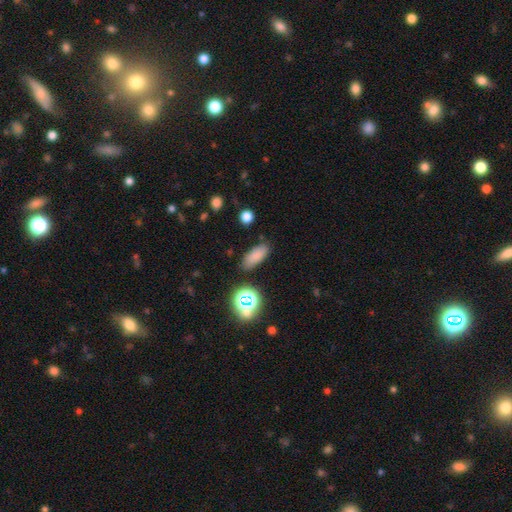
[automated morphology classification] smooth 78%, star or artifact 14%, featured or disk 8%. Down the decision tree: how rounded — in between (81%); merging — none (83%).